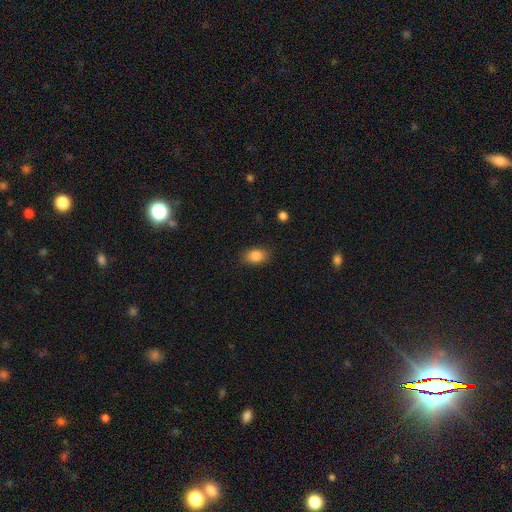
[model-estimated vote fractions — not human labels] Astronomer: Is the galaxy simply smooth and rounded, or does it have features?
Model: smooth — 86%.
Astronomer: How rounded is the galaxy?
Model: in between — 83%.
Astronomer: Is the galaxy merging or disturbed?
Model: none — 84%.